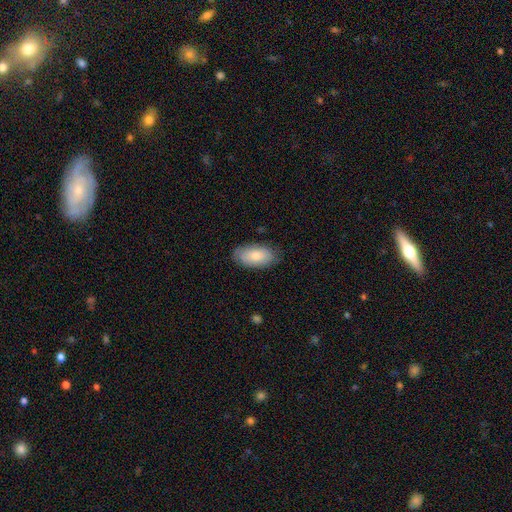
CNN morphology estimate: smooth-or-featured: smooth: 80% | featured or disk: 14% | star or artifact: 6%
  how-rounded: in between: 94% | round: 3% | cigar-shaped: 3%
  merging: none: 80% | minor disturbance: 15% | major disturbance: 3% | merger: 1%